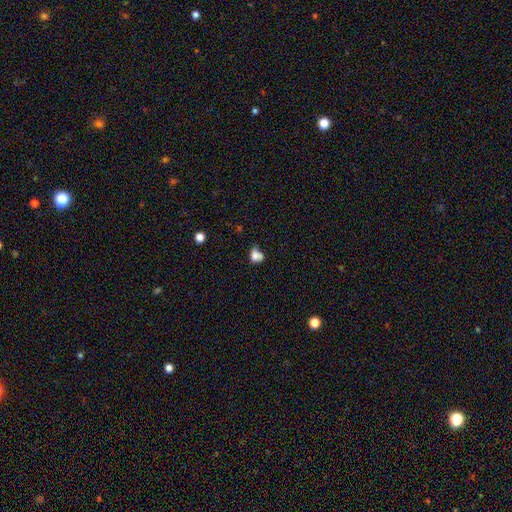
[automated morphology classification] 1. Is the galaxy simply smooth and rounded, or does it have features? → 73% smooth, 15% featured or disk, 13% star or artifact.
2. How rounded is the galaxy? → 54% in between, 44% round, 2% cigar-shaped.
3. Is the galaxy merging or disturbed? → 36% merger, 30% none, 20% minor disturbance, 13% major disturbance.